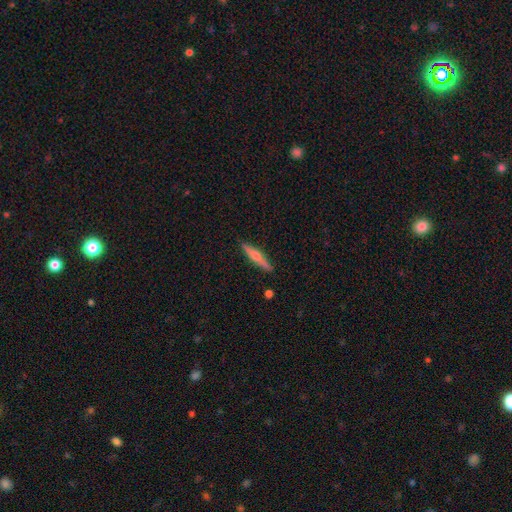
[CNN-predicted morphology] Smooth or featured?
  - featured or disk: 59% *
  - smooth: 35%
  - star or artifact: 6%
Edge-on disk?
  - yes: 96% *
  - no: 4%
Edge-on bulge?
  - rounded: 88% *
  - none: 7%
  - boxy: 5%
Merging?
  - none: 90% *
  - minor disturbance: 7%
  - major disturbance: 1%
  - merger: 1%